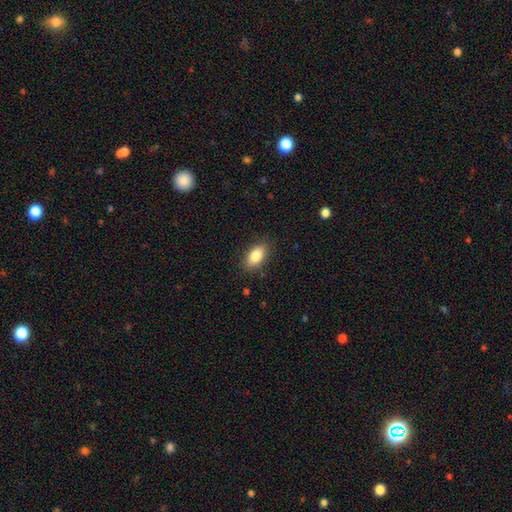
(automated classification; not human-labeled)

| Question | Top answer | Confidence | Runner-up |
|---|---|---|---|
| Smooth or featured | smooth | 85% | star or artifact (7%) |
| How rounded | in between | 91% | round (5%) |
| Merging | none | 86% | minor disturbance (11%) |